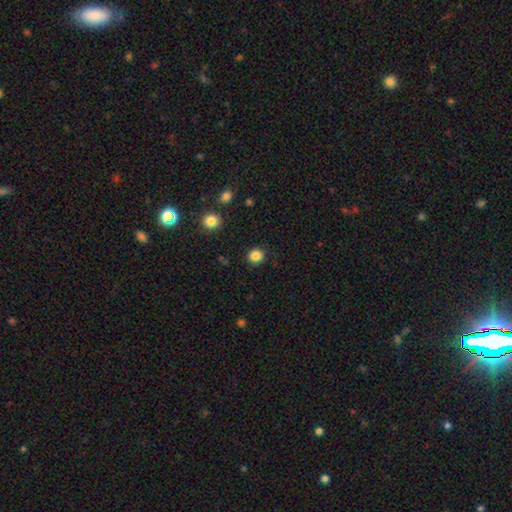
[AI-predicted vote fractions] Q: Smooth or featured?
A: smooth (86%); runner-up: star or artifact (11%)
Q: How rounded?
A: round (86%); runner-up: in between (13%)
Q: Merging?
A: none (90%); runner-up: minor disturbance (6%)